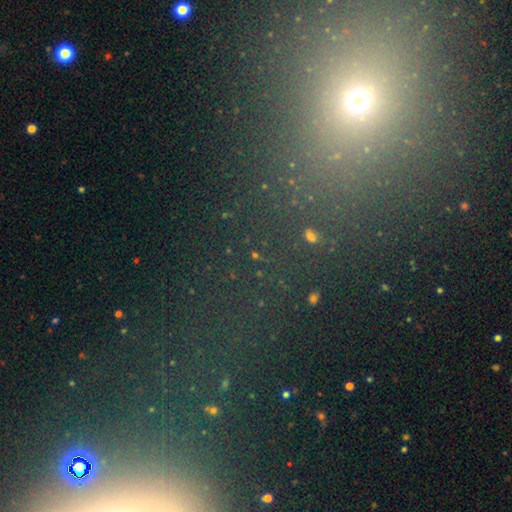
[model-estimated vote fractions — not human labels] Smooth or featured: star or artifact — 68% (smooth — 22%)